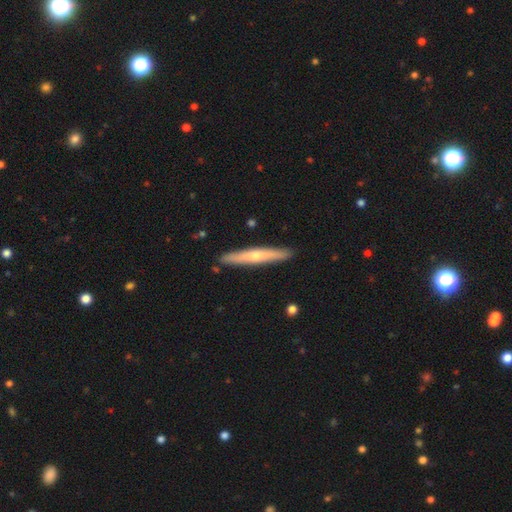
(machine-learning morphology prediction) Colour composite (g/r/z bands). It shows a featured or disk galaxy (49%). Merging: none (90%).